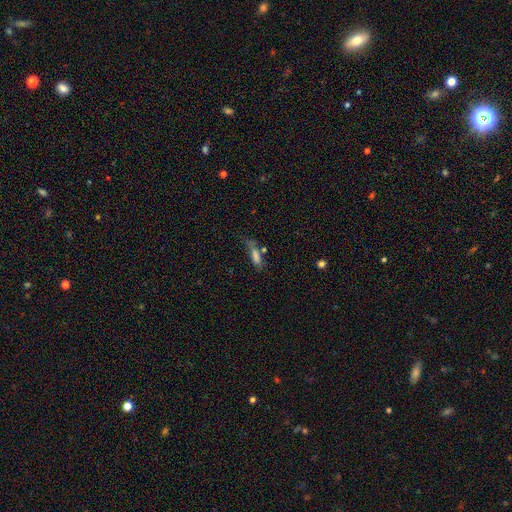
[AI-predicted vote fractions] Smooth or featured? Predicted: smooth (p=0.69). How rounded? Predicted: cigar-shaped (p=0.59). Merging? Predicted: none (p=0.45).